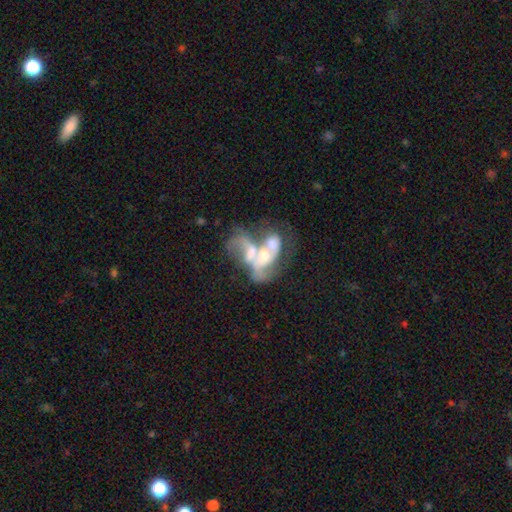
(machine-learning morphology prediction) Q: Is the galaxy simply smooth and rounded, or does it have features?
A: featured or disk — 69%.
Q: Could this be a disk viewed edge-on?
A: no — 97%.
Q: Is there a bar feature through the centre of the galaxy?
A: no — 70%.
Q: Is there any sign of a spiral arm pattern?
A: yes — 60%.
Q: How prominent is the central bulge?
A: moderate — 53%.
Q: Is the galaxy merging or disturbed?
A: merger — 74%.